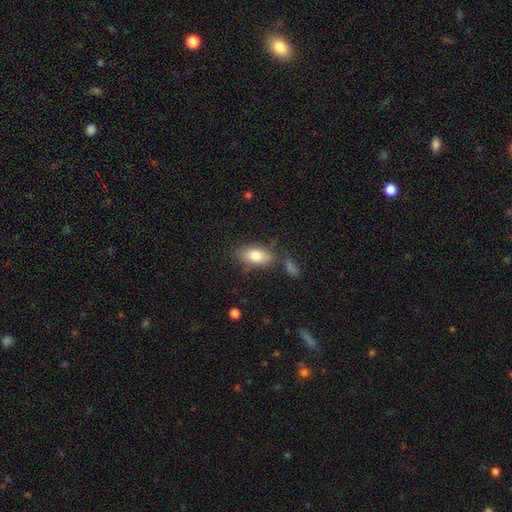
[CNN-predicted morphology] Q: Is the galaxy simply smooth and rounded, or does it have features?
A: smooth — 79%.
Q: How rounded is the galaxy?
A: in between — 89%.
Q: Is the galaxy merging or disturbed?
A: none — 71%.